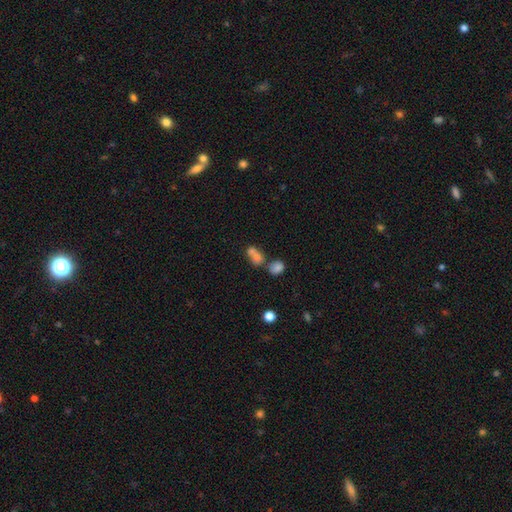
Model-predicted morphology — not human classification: smooth-or-featured: smooth: 63% | star or artifact: 21% | featured or disk: 17%
  how-rounded: in between: 57% | round: 38% | cigar-shaped: 5%
  merging: merger: 53% | none: 33% | minor disturbance: 9% | major disturbance: 6%